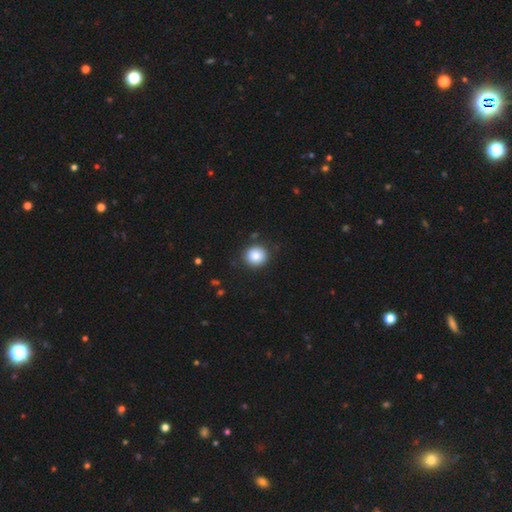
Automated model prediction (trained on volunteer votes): Smooth or featured? Predicted: smooth (p=0.85). How rounded? Predicted: round (p=0.90). Merging? Predicted: none (p=0.88).